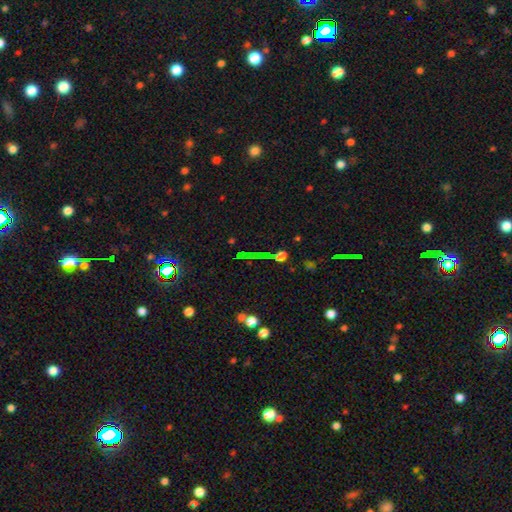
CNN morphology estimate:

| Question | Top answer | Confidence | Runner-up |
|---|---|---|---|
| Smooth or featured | star or artifact | 57% | smooth (22%) |